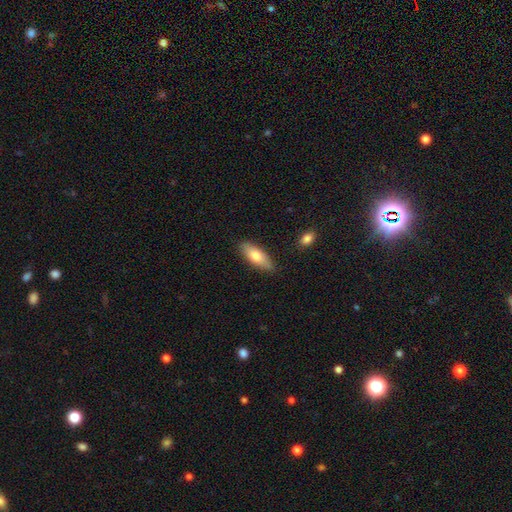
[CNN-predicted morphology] Smooth or featured?
  - smooth: 74% *
  - featured or disk: 20%
  - star or artifact: 6%
How rounded?
  - in between: 71% *
  - cigar-shaped: 27%
  - round: 2%
Merging?
  - none: 84% *
  - minor disturbance: 13%
  - major disturbance: 2%
  - merger: 2%